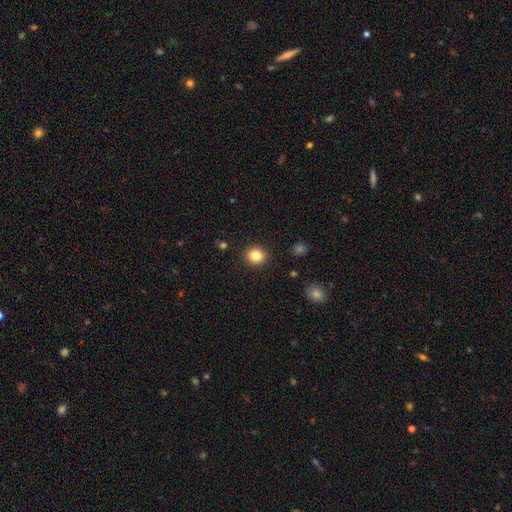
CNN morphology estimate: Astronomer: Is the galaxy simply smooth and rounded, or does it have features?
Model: smooth — 84%.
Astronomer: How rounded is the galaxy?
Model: round — 83%.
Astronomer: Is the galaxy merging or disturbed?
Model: none — 91%.